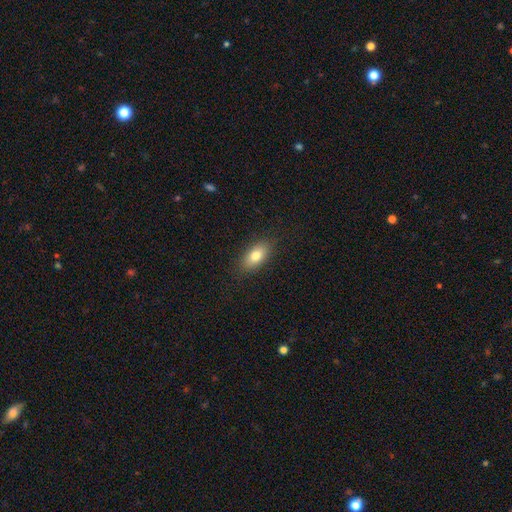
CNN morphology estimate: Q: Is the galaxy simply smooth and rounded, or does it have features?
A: smooth — 78%.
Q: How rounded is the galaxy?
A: in between — 88%.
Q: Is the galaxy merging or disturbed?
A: none — 86%.